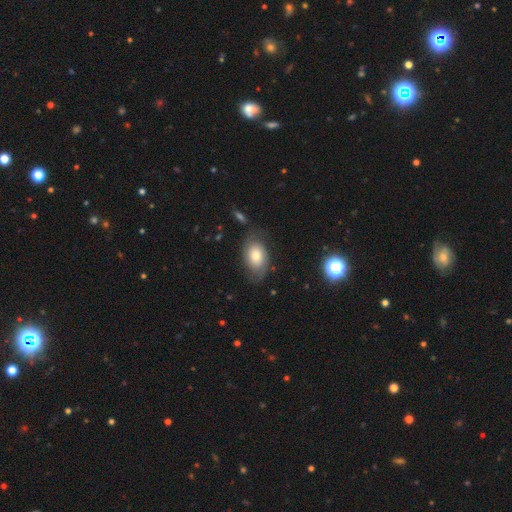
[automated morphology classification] type=smooth (51%); roundness=in between (83%); merging=none (66%).